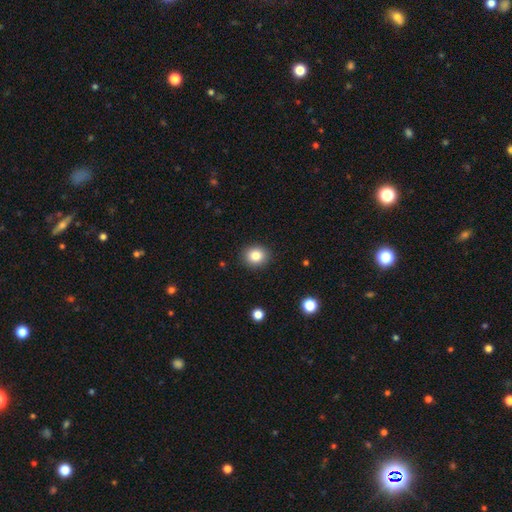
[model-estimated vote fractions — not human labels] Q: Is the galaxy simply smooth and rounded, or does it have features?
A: smooth — 84%.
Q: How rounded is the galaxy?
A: round — 73%.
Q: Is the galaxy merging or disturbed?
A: none — 90%.